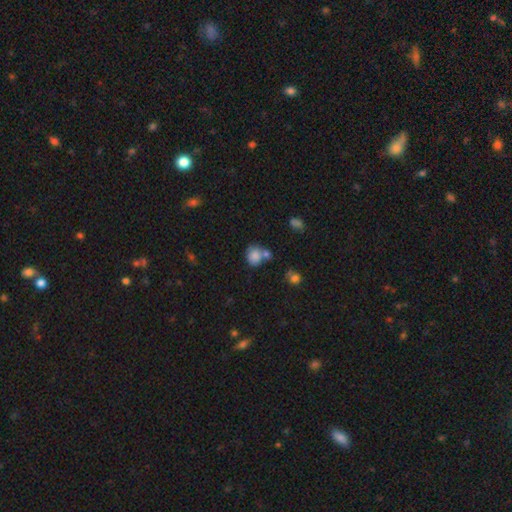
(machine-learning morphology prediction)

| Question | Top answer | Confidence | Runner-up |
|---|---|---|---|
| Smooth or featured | smooth | 82% | star or artifact (10%) |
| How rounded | round | 67% | in between (32%) |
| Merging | none | 48% | merger (31%) |